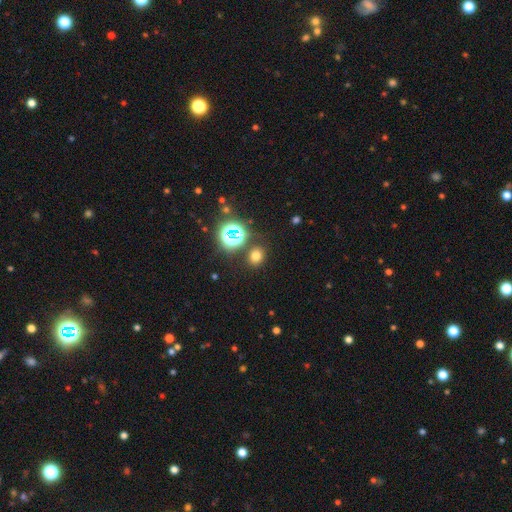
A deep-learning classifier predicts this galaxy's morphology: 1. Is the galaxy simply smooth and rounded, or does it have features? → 67% smooth, 26% star or artifact, 7% featured or disk.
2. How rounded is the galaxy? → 67% round, 32% in between, 1% cigar-shaped.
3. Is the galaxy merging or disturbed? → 84% none, 8% minor disturbance, 5% merger, 3% major disturbance.